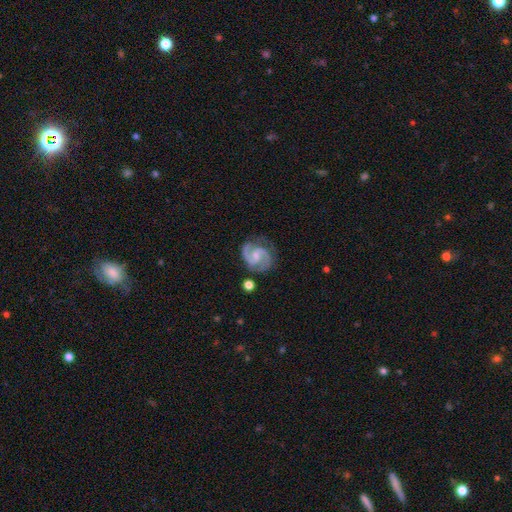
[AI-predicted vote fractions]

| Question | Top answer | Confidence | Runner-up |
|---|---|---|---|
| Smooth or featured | featured or disk | 91% | smooth (5%) |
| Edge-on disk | no | 98% | yes (2%) |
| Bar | weak | 53% | no (34%) |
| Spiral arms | yes | 98% | no (2%) |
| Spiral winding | medium | 59% | tight (29%) |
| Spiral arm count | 2 | 91% | 3 (3%) |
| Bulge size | small | 48% | moderate (28%) |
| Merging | none | 75% | minor disturbance (16%) |